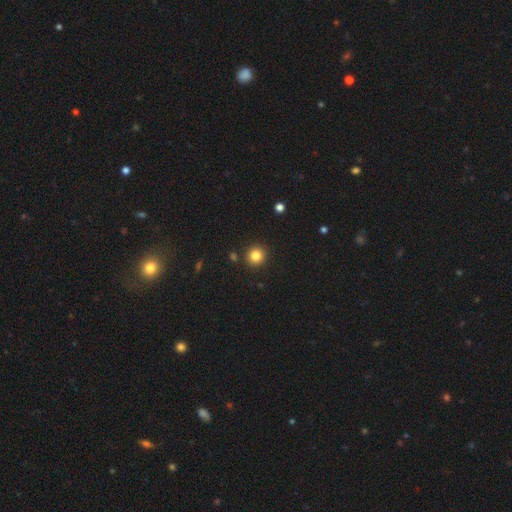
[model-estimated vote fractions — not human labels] Smooth or featured: smooth — 83% (star or artifact — 12%)
How rounded: round — 93% (in between — 6%)
Merging: none — 90% (minor disturbance — 5%)